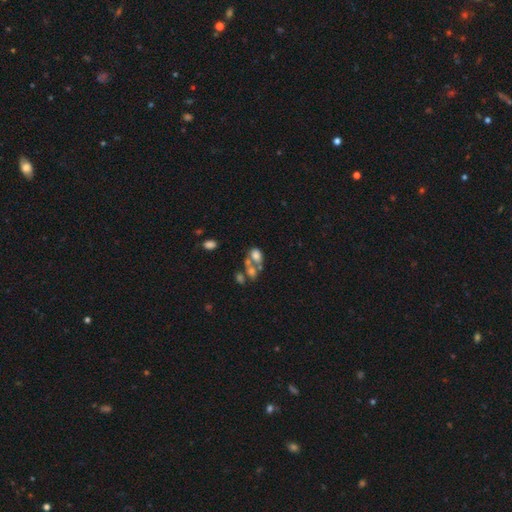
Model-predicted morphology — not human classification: smooth-or-featured: smooth: 63% | featured or disk: 23% | star or artifact: 14%
  how-rounded: in between: 74% | round: 24% | cigar-shaped: 2%
  merging: merger: 55% | none: 25% | major disturbance: 10% | minor disturbance: 10%